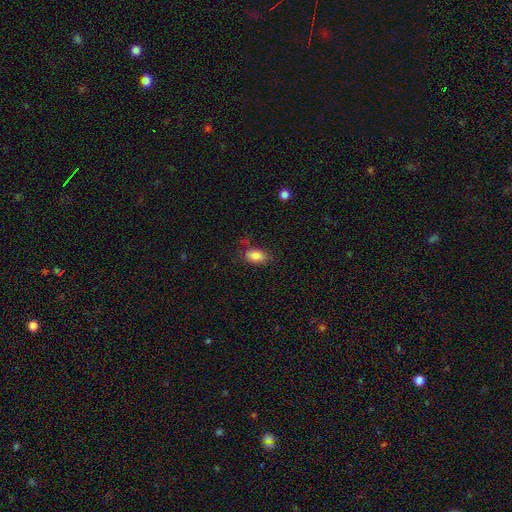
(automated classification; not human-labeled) smooth_or_featured: smooth (p=0.84) [alt: star or artifact p=0.08]
how_rounded: in between (p=0.90) [alt: round p=0.07]
merging: none (p=0.70) [alt: minor disturbance p=0.20]